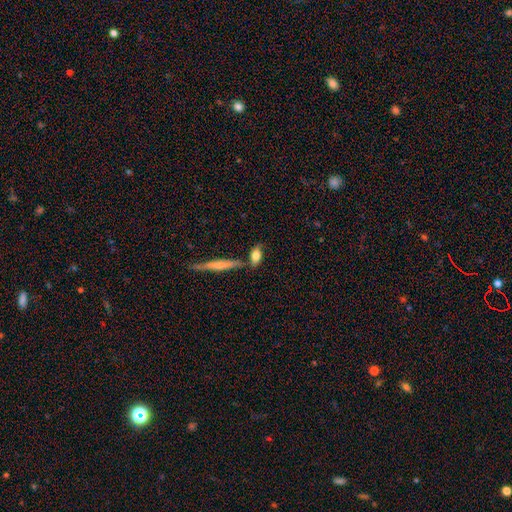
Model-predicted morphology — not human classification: smooth_or_featured: smooth (p=0.72) [alt: featured or disk p=0.21]
how_rounded: in between (p=0.76) [alt: cigar-shaped p=0.18]
merging: none (p=0.60) [alt: minor disturbance p=0.17]